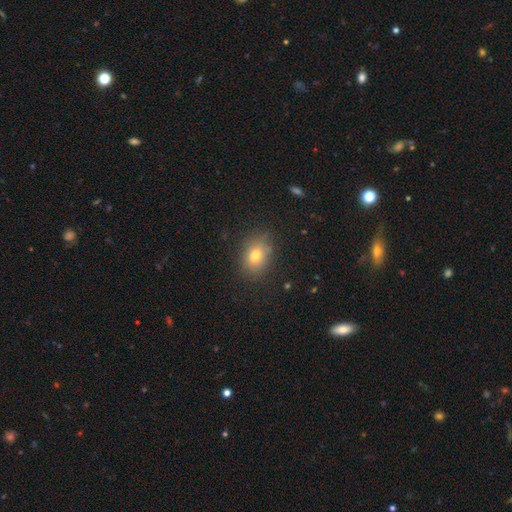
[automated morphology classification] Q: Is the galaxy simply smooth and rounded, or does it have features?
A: smooth — 73%.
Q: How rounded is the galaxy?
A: in between — 59%.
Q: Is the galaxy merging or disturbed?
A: none — 81%.